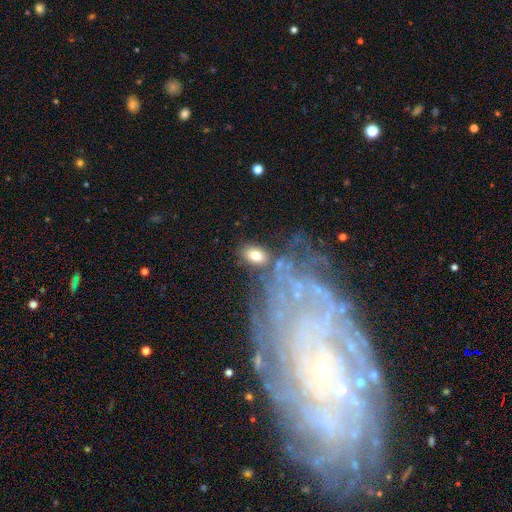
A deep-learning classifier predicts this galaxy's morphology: A smooth galaxy with no disk features (70%) that is in between round and cigar-shaped (89%). Merging: none (66%).